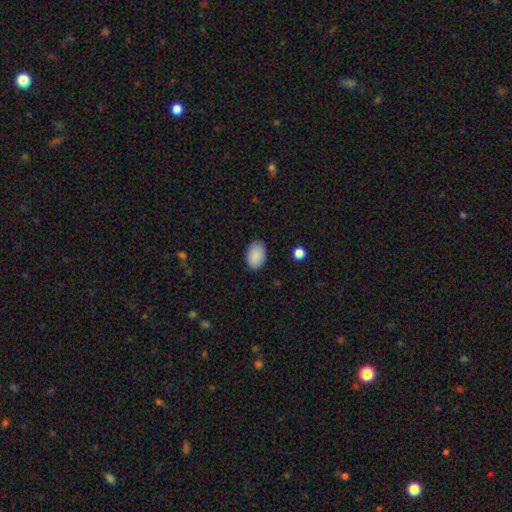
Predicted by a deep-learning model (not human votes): smooth_or_featured: smooth (p=0.89) [alt: star or artifact p=0.07]
how_rounded: in between (p=0.82) [alt: round p=0.17]
merging: none (p=0.87) [alt: minor disturbance p=0.10]